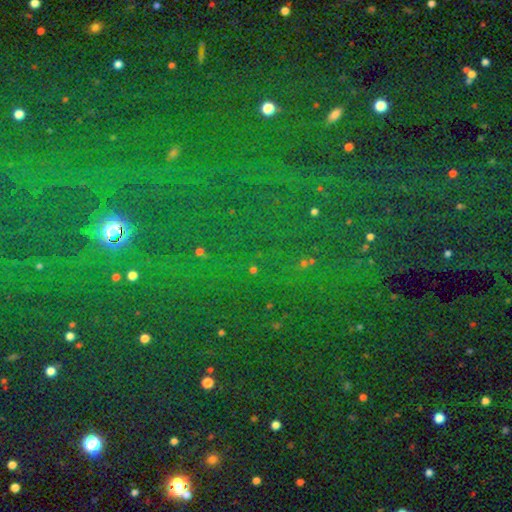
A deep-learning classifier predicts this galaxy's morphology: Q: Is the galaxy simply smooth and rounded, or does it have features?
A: star or artifact — 80%.